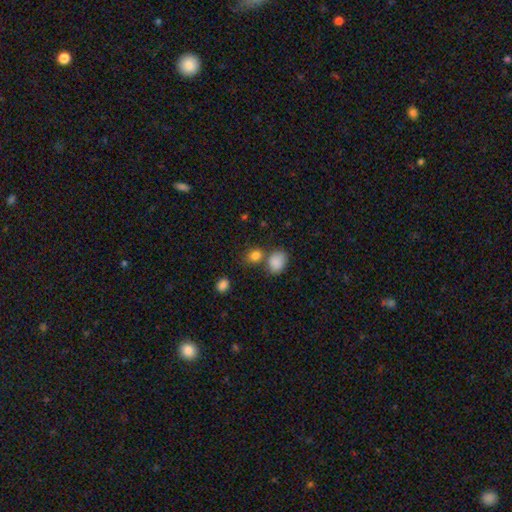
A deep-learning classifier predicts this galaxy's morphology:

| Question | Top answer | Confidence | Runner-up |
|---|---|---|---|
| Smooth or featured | smooth | 84% | star or artifact (11%) |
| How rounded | round | 49% | tied: in between (49%) |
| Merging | none | 58% | merger (25%) |